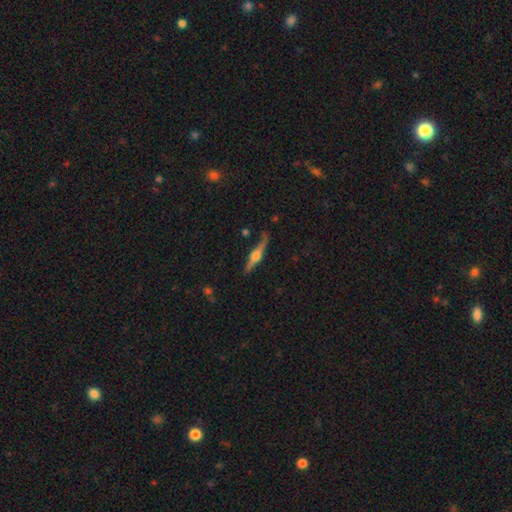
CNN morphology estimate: featured or disk 74%, smooth 21%, star or artifact 6%. Down the decision tree: edge-on disk — yes (97%); edge-on bulge — rounded (91%); merging — none (78%).